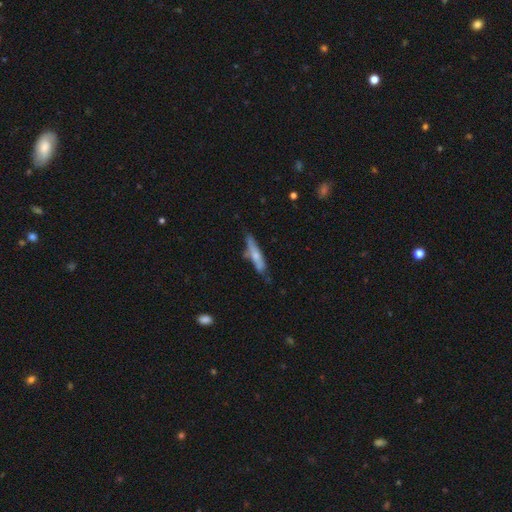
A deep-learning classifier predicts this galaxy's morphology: smooth-or-featured: smooth: 55% | featured or disk: 39% | star or artifact: 6%
  how-rounded: cigar-shaped: 84% | in between: 14% | round: 2%
  merging: none: 61% | minor disturbance: 26% | merger: 6% | major disturbance: 6%